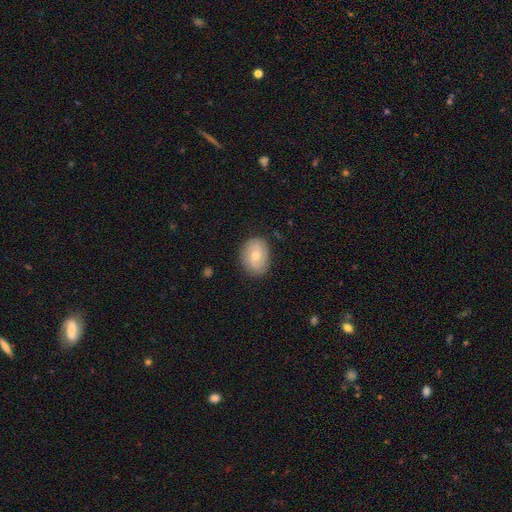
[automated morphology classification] This appears to be a smooth galaxy with no disk features (56%) that is in between round and cigar-shaped (62%). Merging: none (82%).